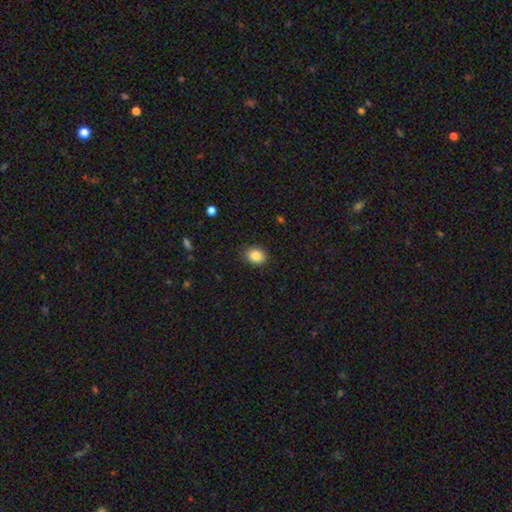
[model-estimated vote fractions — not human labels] Overall: smooth (86%). How rounded: round (52%; in between 47%). Merging: none (88%).